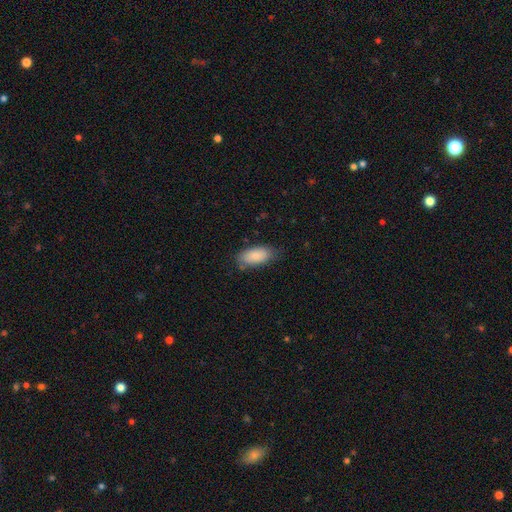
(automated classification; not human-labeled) A smooth galaxy with no disk features (87%) that is in between round and cigar-shaped (91%).

Vote fractions:
- Smooth or featured? smooth: 87% / featured or disk: 7% / star or artifact: 6%
- How rounded? in between: 91% / cigar-shaped: 7% / round: 2%
- Merging? none: 74% / minor disturbance: 20% / major disturbance: 4% / merger: 2%